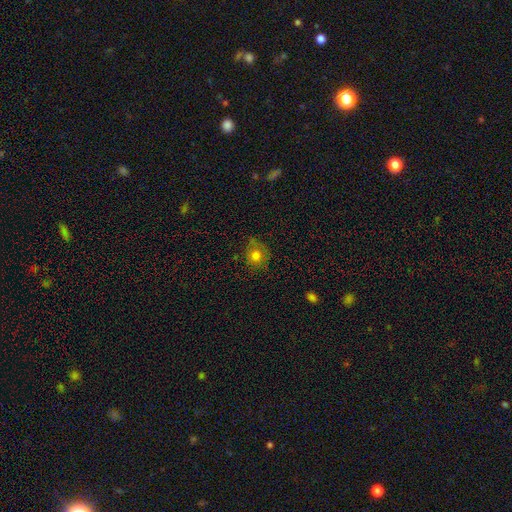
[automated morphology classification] Q: Smooth or featured?
A: smooth (74%); runner-up: star or artifact (13%)
Q: How rounded?
A: round (72%); runner-up: in between (27%)
Q: Merging?
A: none (66%); runner-up: minor disturbance (24%)